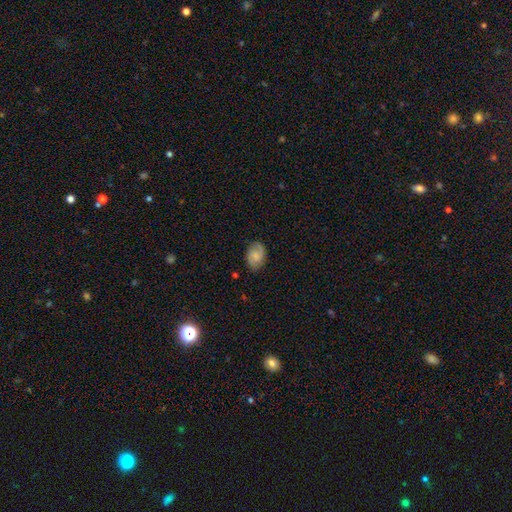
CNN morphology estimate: The model was most divided on "smooth or featured": featured or disk: 48%, smooth: 44%, star or artifact: 8%. More confident: merging — none (79%).